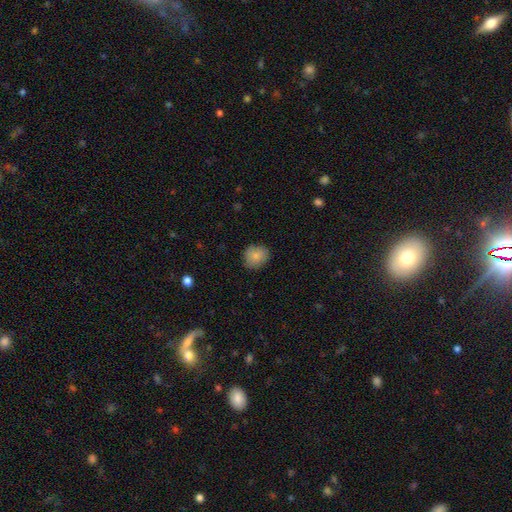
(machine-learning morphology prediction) Smooth or featured: smooth — 84% (featured or disk — 8%)
How rounded: round — 78% (in between — 21%)
Merging: none — 84% (minor disturbance — 12%)